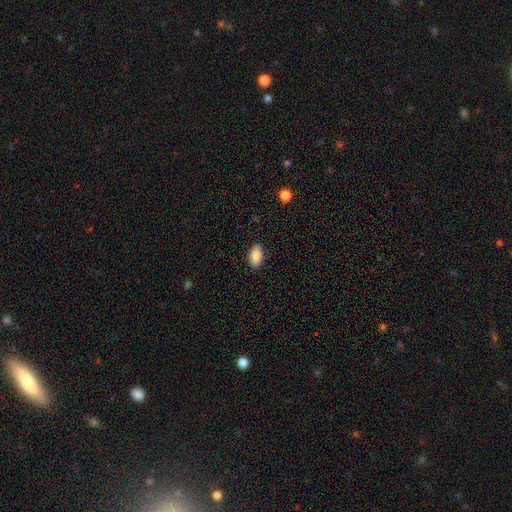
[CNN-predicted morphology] A smooth galaxy with no disk features (88%) that is in between round and cigar-shaped (93%).

Vote fractions:
- Smooth or featured? smooth: 88% / star or artifact: 7% / featured or disk: 5%
- How rounded? in between: 93% / round: 4% / cigar-shaped: 3%
- Merging? none: 89% / minor disturbance: 8% / major disturbance: 2% / merger: 1%